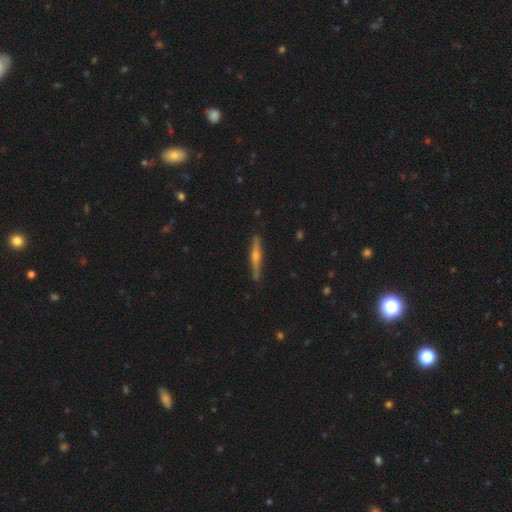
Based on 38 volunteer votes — This appears to be a featured or disk galaxy (74%) viewed edge-on (100%) with a rounded central bulge (79%). Merging: none (94%).